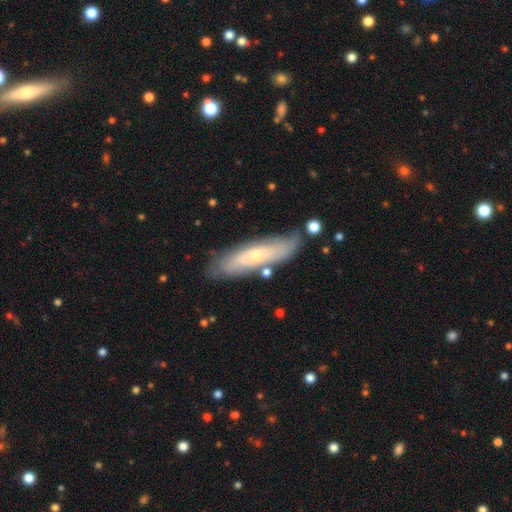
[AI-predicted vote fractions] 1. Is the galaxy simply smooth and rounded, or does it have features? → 47% featured or disk, 46% smooth, 6% star or artifact.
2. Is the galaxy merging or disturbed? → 75% none, 16% minor disturbance, 5% merger, 4% major disturbance.